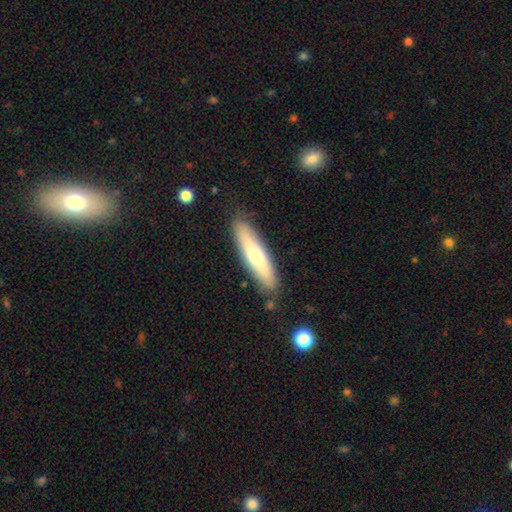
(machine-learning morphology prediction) A smooth galaxy with no disk features (59%) that is cigar-shaped (76%). Merging: none (84%).